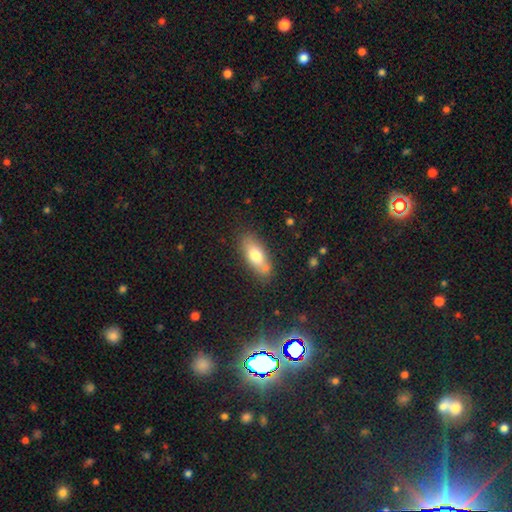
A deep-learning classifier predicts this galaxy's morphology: A smooth galaxy with no disk features (72%) that is in between round and cigar-shaped (77%). Merging: none (73%).